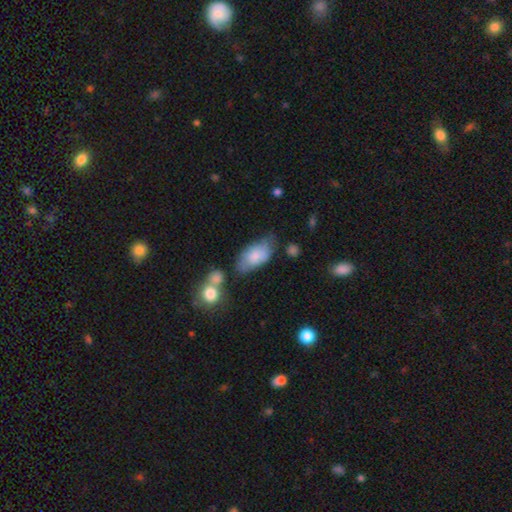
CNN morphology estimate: smooth-or-featured: smooth: 73% | featured or disk: 20% | star or artifact: 6%
  how-rounded: in between: 92% | cigar-shaped: 4% | round: 4%
  merging: none: 49% | minor disturbance: 30% | major disturbance: 11% | merger: 11%